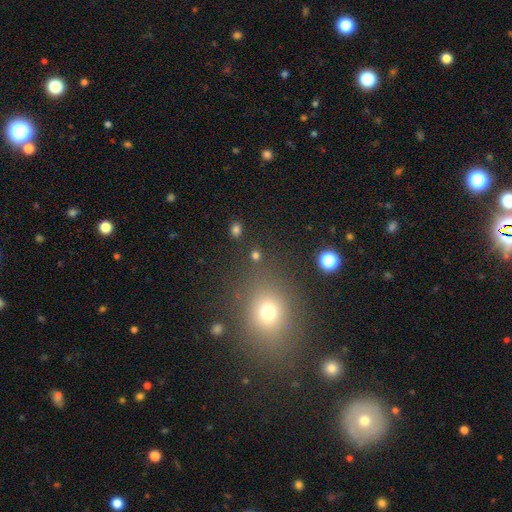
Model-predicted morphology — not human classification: Overall: smooth (73%). How rounded: round (79%). Merging: none (83%).